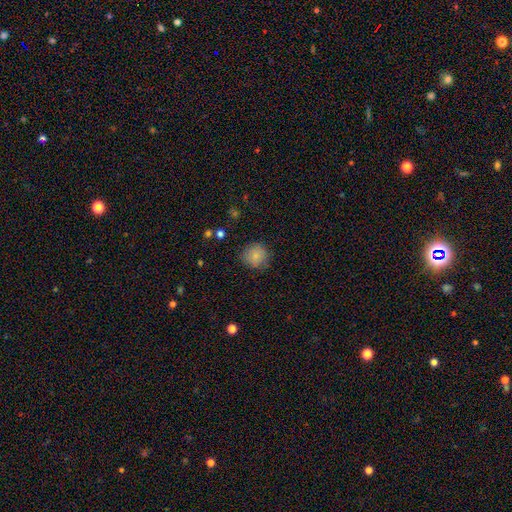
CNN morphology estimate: Q: Smooth or featured?
A: smooth (81%); runner-up: star or artifact (10%)
Q: How rounded?
A: round (90%); runner-up: in between (9%)
Q: Merging?
A: none (80%); runner-up: minor disturbance (15%)